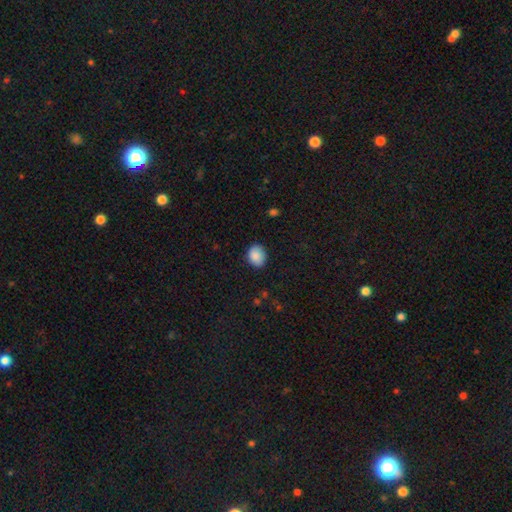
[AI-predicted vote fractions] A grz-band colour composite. It shows a smooth galaxy with no disk features (88%) that is round (56%). Merging: none (81%).